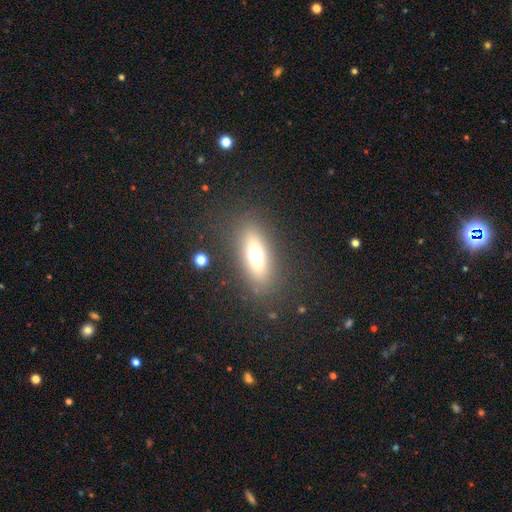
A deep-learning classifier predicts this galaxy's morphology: Overall: smooth (57%; featured or disk 30%). How rounded: in between (64%; cigar-shaped 28%). Merging: none (83%).